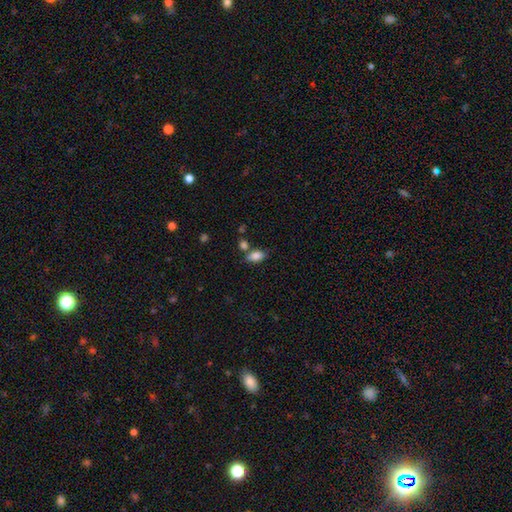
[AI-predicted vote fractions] Smooth or featured: smooth — 85% (star or artifact — 8%)
How rounded: in between — 90% (round — 6%)
Merging: none — 64% (merger — 17%)